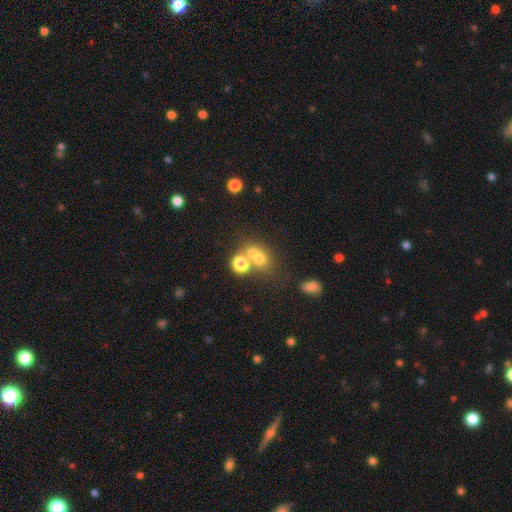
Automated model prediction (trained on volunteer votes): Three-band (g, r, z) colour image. It shows a smooth galaxy with no disk features (62%) that is round (68%). Merging: merger (49%).